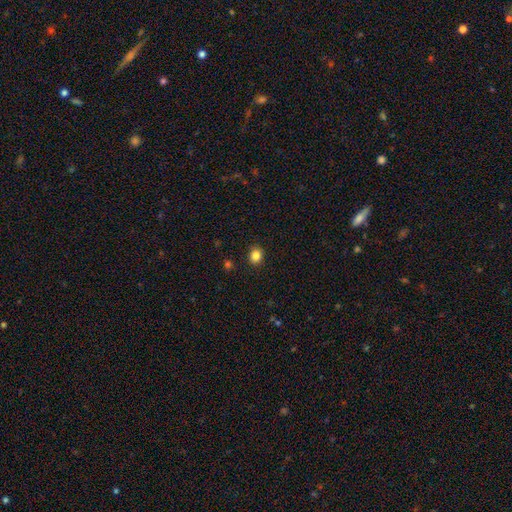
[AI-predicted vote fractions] The model was most divided on "how rounded": round: 62%, in between: 37%, cigar-shaped: 1%. More confident: merging — none (89%); smooth or featured — smooth (84%).